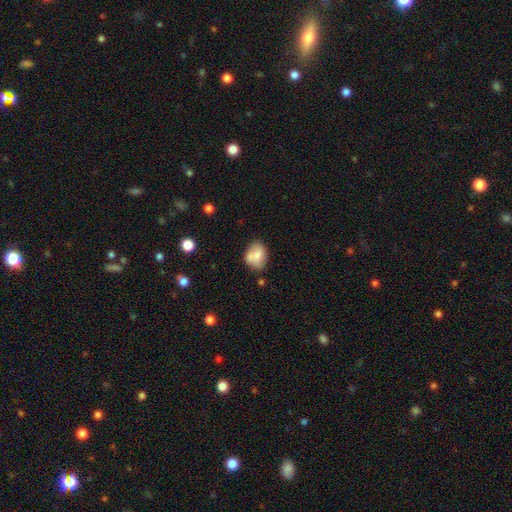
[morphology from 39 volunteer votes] Smooth or featured? smooth (69%)
How rounded? in between (56%)
Merging? none (51%)